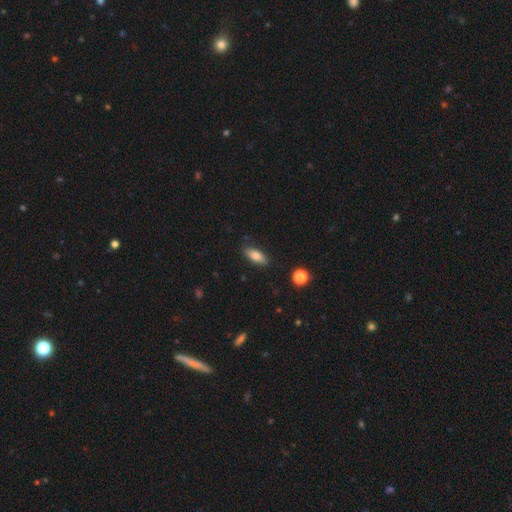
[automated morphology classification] This is likely a smooth galaxy (76%). How rounded: likely in between (72%). Merging: clearly none (85%).